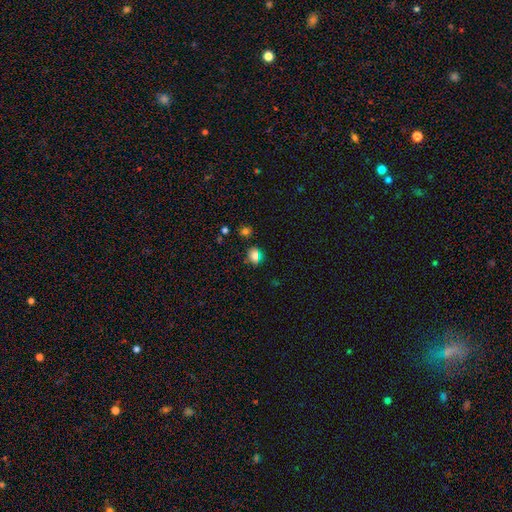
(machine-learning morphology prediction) type=smooth (72%); roundness=round (65%); merging=none (83%).